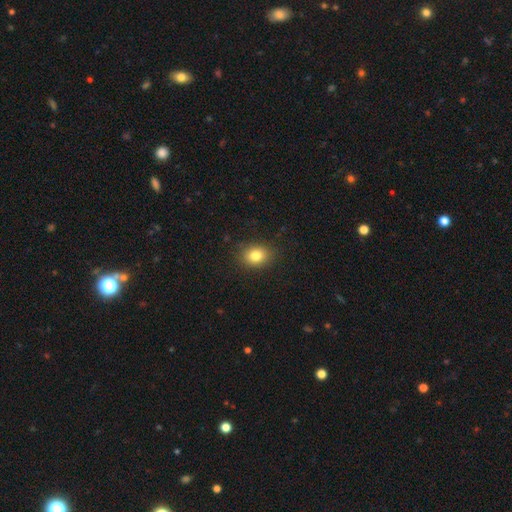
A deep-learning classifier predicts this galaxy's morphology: Smooth or featured?
  - smooth: 82% *
  - star or artifact: 11%
  - featured or disk: 8%
How rounded?
  - in between: 53% *
  - round: 46%
  - cigar-shaped: 1%
Merging?
  - none: 87% *
  - minor disturbance: 9%
  - major disturbance: 3%
  - merger: 1%